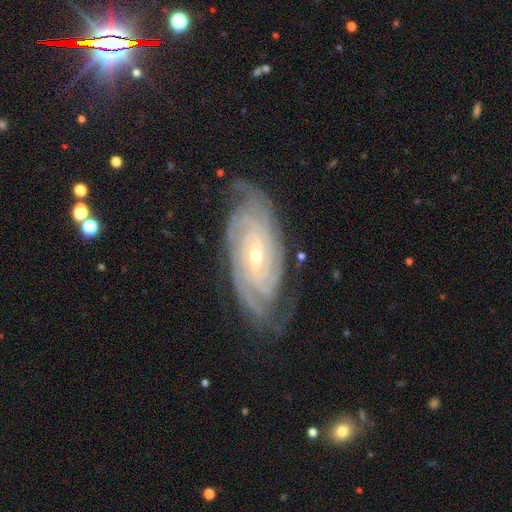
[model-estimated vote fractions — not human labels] Q: Smooth or featured?
A: featured or disk (90%); runner-up: star or artifact (5%)
Q: Edge-on disk?
A: no (95%); runner-up: yes (5%)
Q: Bar?
A: no (54%); runner-up: weak (32%)
Q: Spiral arms?
A: yes (98%); runner-up: no (2%)
Q: Spiral winding?
A: tight (82%); runner-up: medium (15%)
Q: Spiral arm count?
A: 4 (27%); runner-up: can't tell (21%)
Q: Bulge size?
A: small (66%); runner-up: moderate (32%)
Q: Merging?
A: none (78%); runner-up: minor disturbance (17%)